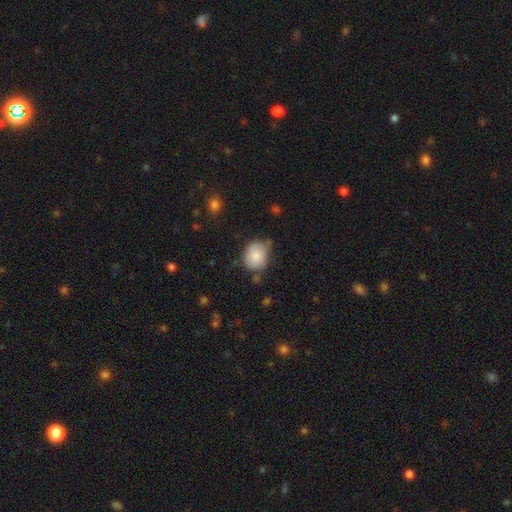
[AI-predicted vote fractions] smooth_or_featured: smooth (p=0.85) [alt: star or artifact p=0.08]
how_rounded: round (p=0.60) [alt: in between p=0.40]
merging: none (p=0.65) [alt: minor disturbance p=0.25]